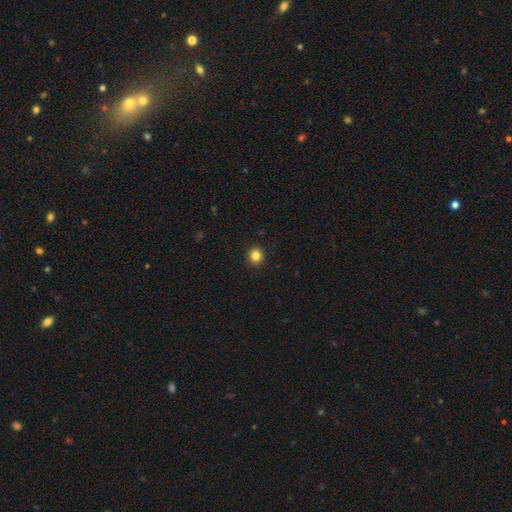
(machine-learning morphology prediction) Overall: smooth (83%). How rounded: round (87%). Merging: none (93%).